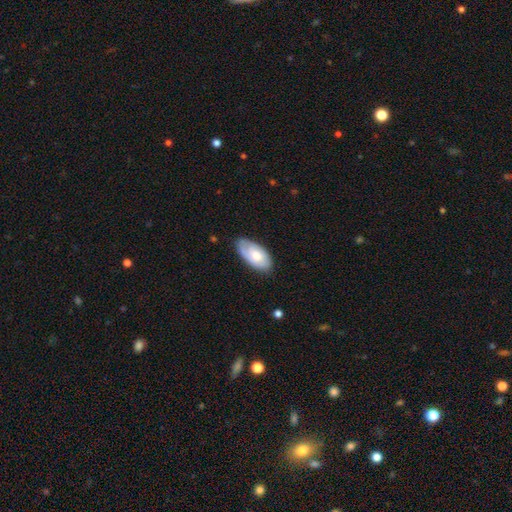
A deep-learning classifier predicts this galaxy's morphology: Smooth or featured: smooth — 54% (featured or disk — 41%)
How rounded: in between — 94% (cigar-shaped — 3%)
Merging: none — 72% (minor disturbance — 22%)